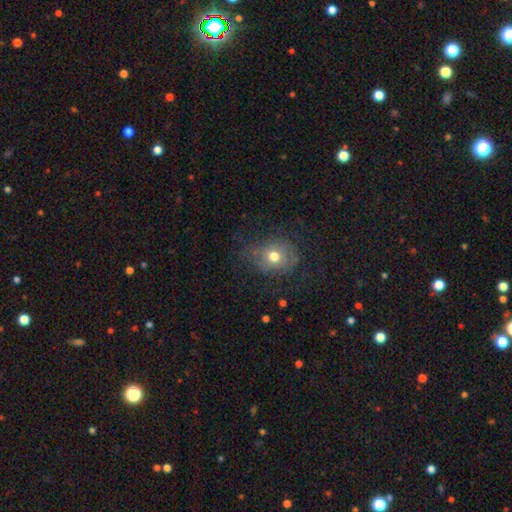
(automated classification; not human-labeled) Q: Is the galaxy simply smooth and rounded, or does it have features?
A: smooth — 49%.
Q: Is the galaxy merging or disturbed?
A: none — 80%.